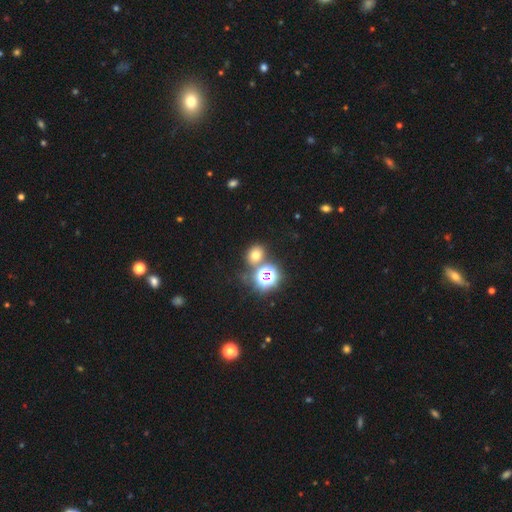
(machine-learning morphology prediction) smooth 61%, star or artifact 30%, featured or disk 9%. Down the decision tree: how rounded — round (65%); merging — none (70%).